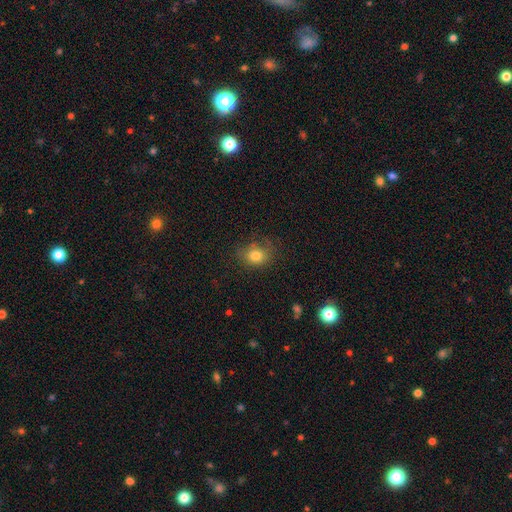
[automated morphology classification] Smooth or featured? Predicted: smooth (p=0.80). How rounded? Predicted: round (p=0.57). Merging? Predicted: none (p=0.72).